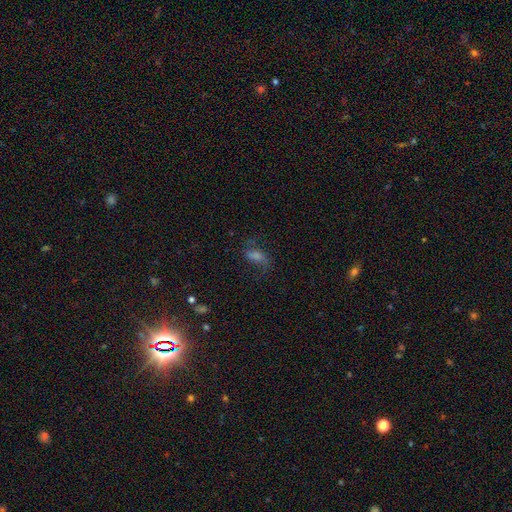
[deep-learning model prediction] Smooth or featured? featured or disk (45%)
Merging? none (65%)